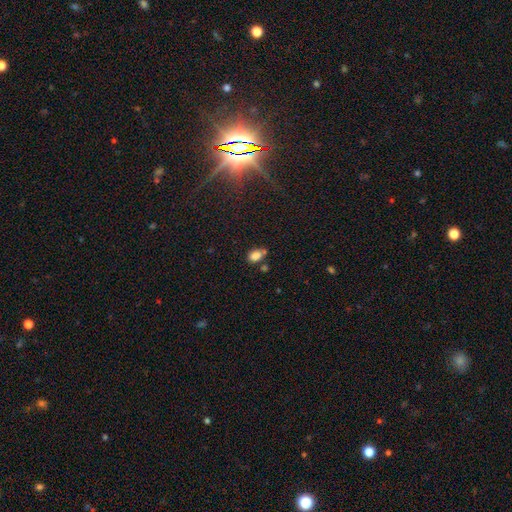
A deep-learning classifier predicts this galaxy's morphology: smooth 83%, star or artifact 11%, featured or disk 7%. Down the decision tree: how rounded — in between (79%); merging — none (56%).